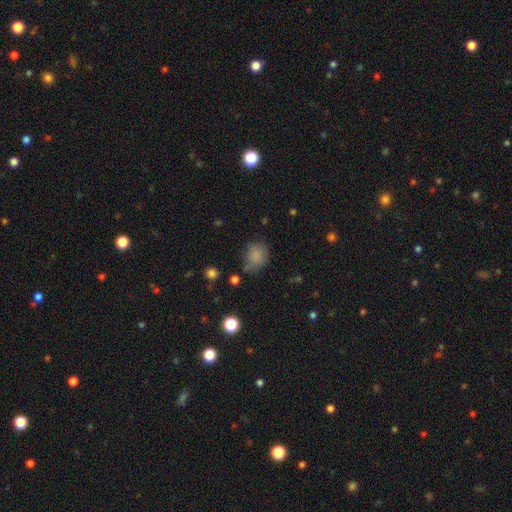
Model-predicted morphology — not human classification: Smooth or featured? Predicted: smooth (p=0.82). How rounded? Predicted: in between (p=0.52). Merging? Predicted: none (p=0.59).